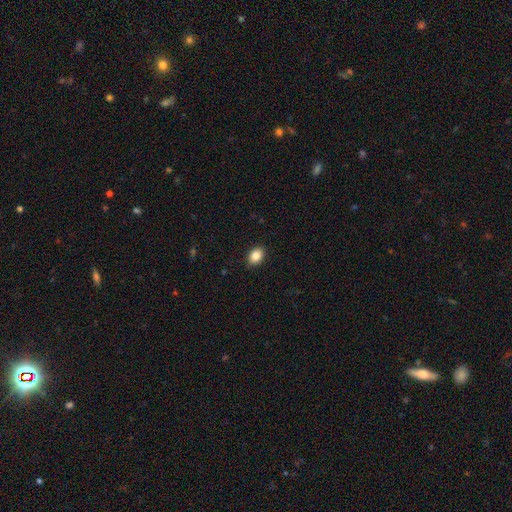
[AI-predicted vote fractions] The model was most divided on "how rounded": in between: 75%, round: 24%, cigar-shaped: 1%. More confident: merging — none (89%); smooth or featured — smooth (86%).